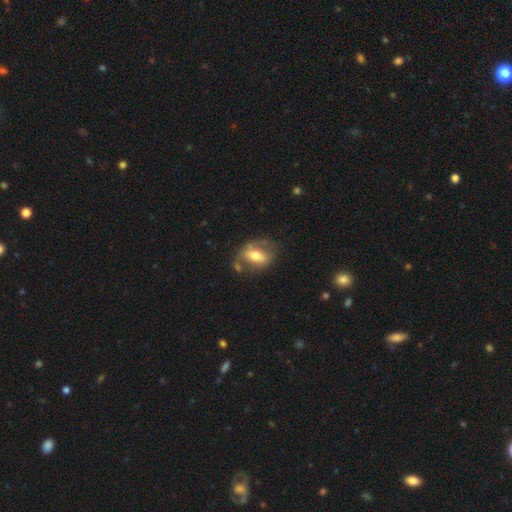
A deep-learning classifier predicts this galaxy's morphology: Q: Smooth or featured?
A: featured or disk (49%); runner-up: smooth (44%)
Q: Merging?
A: none (52%); runner-up: minor disturbance (24%)